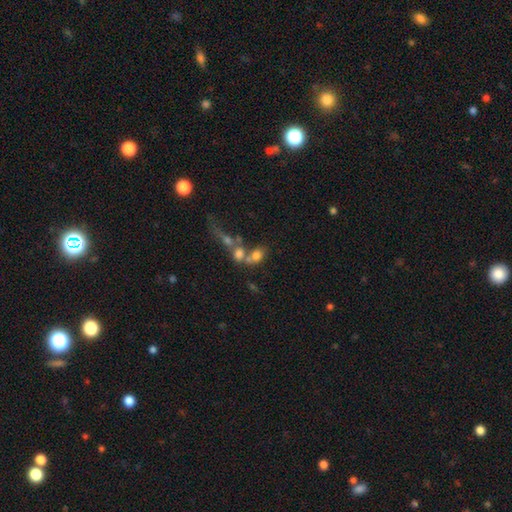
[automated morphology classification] smooth_or_featured: smooth (p=0.66) [alt: featured or disk p=0.20]
how_rounded: in between (p=0.63) [alt: round p=0.34]
merging: merger (p=0.57) [alt: none p=0.25]